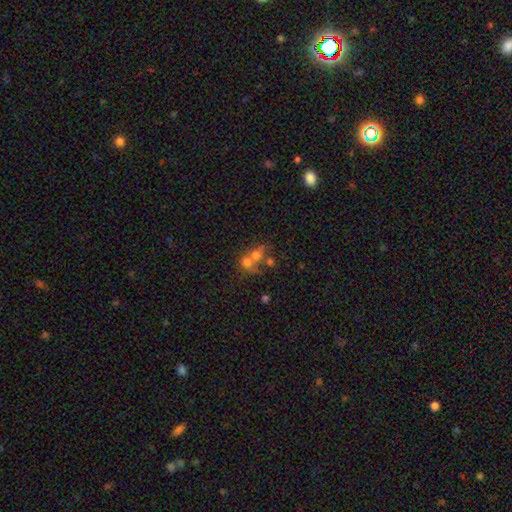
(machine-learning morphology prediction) smooth_or_featured: smooth (p=0.55) [alt: featured or disk p=0.25]
how_rounded: round (p=0.73) [alt: in between p=0.25]
merging: merger (p=0.58) [alt: none p=0.29]